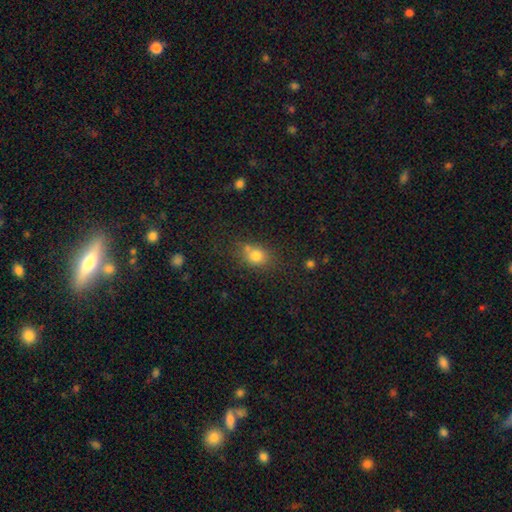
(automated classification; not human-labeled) Q: Smooth or featured?
A: smooth (78%); runner-up: star or artifact (12%)
Q: How rounded?
A: in between (50%); runner-up: round (48%)
Q: Merging?
A: none (62%); runner-up: minor disturbance (19%)